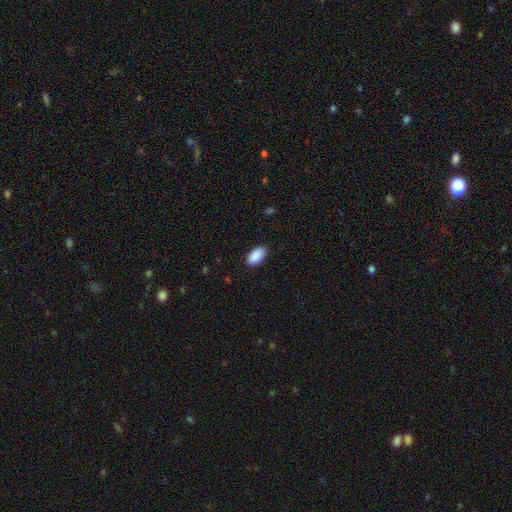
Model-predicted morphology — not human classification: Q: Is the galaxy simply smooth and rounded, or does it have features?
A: smooth — 90%.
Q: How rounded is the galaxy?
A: in between — 95%.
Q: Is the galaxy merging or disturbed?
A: none — 87%.